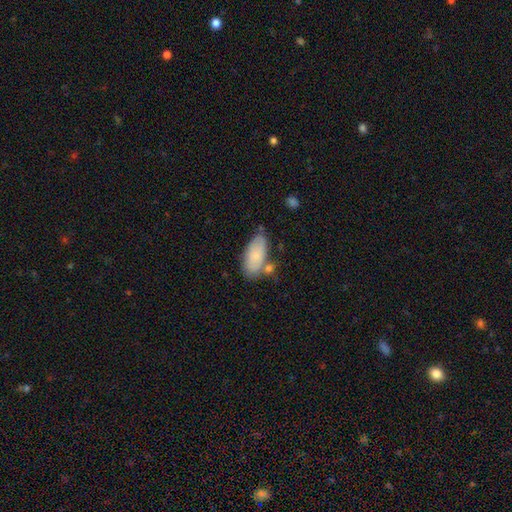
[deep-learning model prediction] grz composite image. It shows a smooth galaxy with no disk features (76%) that is in between round and cigar-shaped (90%). Merging: none (56%).